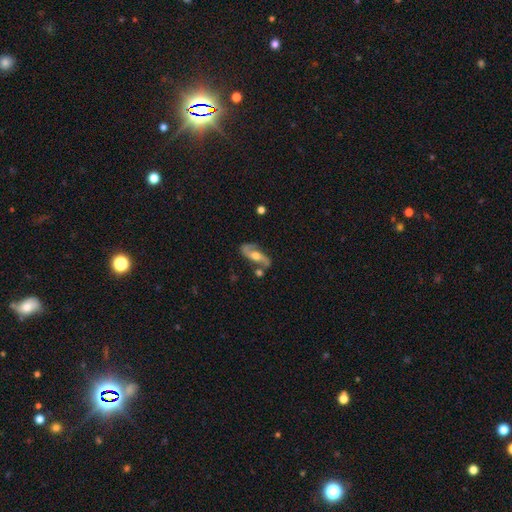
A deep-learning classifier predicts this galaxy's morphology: Smooth or featured: featured or disk — 82% (smooth — 13%)
Edge-on disk: no — 91% (yes — 9%)
Bar: no — 48% (weak — 33%)
Spiral arms: yes — 94% (no — 6%)
Spiral winding: loose — 48% (medium — 39%)
Spiral arm count: 2 — 91% (can't tell — 3%)
Bulge size: moderate — 64% (large — 16%)
Merging: none — 64% (minor disturbance — 17%)